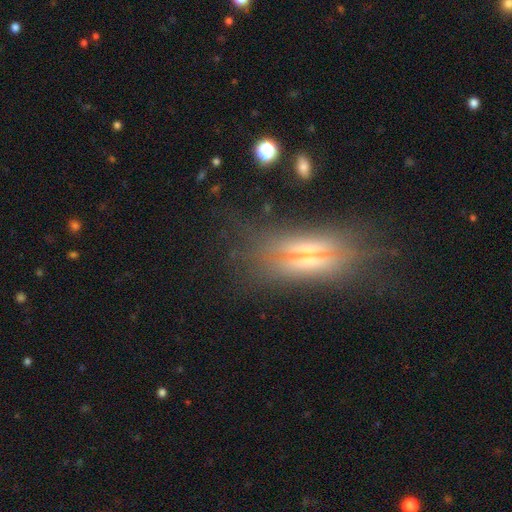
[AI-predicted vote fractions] A featured or disk galaxy (52%).

Vote fractions:
- Smooth or featured? featured or disk: 52% / smooth: 29% / star or artifact: 19%
- Edge-on disk? no: 59% / yes: 41%
- Merging? none: 53% / minor disturbance: 20% / major disturbance: 20% / merger: 7%